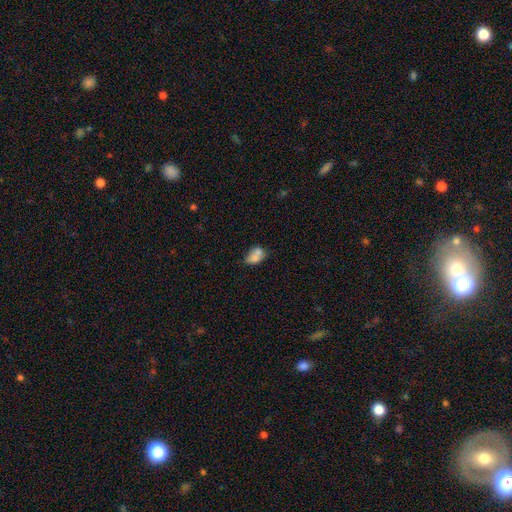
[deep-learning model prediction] Smooth or featured? Predicted: smooth (p=0.69). How rounded? Predicted: in between (p=0.74). Merging? Predicted: merger (p=0.47).